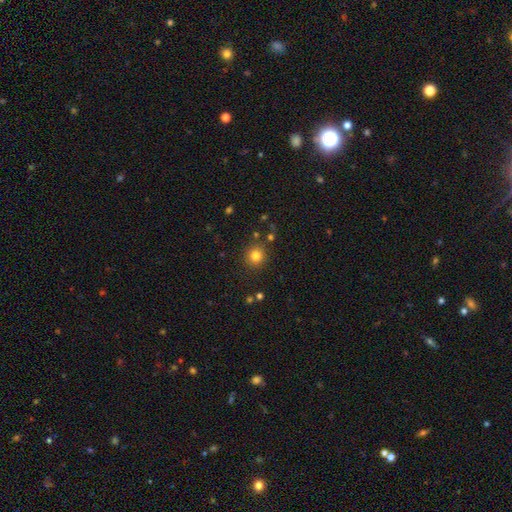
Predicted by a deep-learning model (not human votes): smooth-or-featured: smooth: 80% | star or artifact: 14% | featured or disk: 6%
  how-rounded: round: 91% | in between: 9% | cigar-shaped: 1%
  merging: none: 87% | minor disturbance: 7% | merger: 3% | major disturbance: 3%